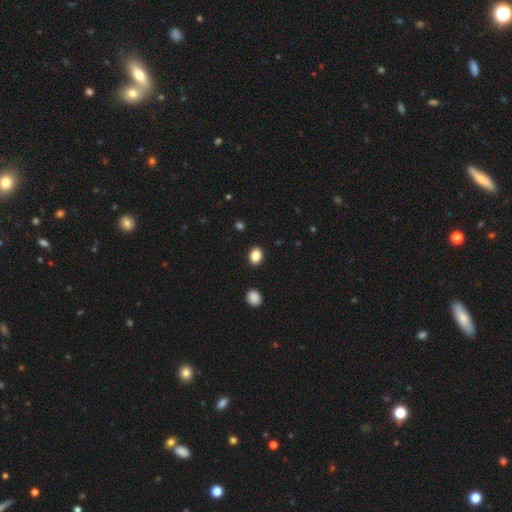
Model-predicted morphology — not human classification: Q: Smooth or featured?
A: smooth (86%); runner-up: star or artifact (9%)
Q: How rounded?
A: in between (63%); runner-up: round (36%)
Q: Merging?
A: none (90%); runner-up: minor disturbance (7%)